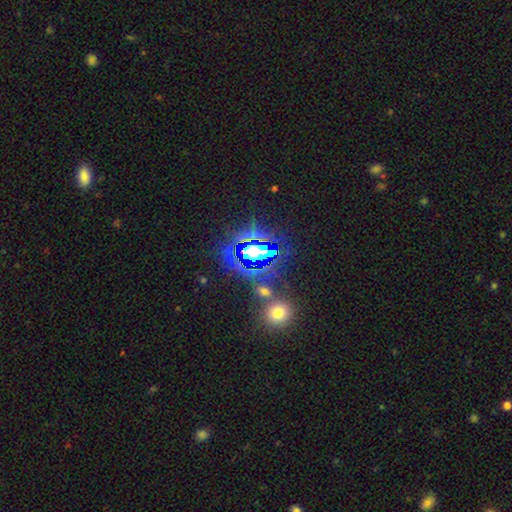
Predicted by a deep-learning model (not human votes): A star or artifact, not a galaxy (75%).